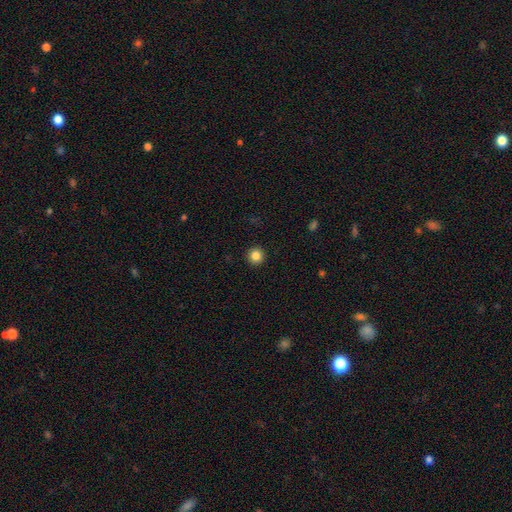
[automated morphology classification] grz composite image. It shows a smooth galaxy with no disk features (85%) that is round (95%). Merging: none (93%).